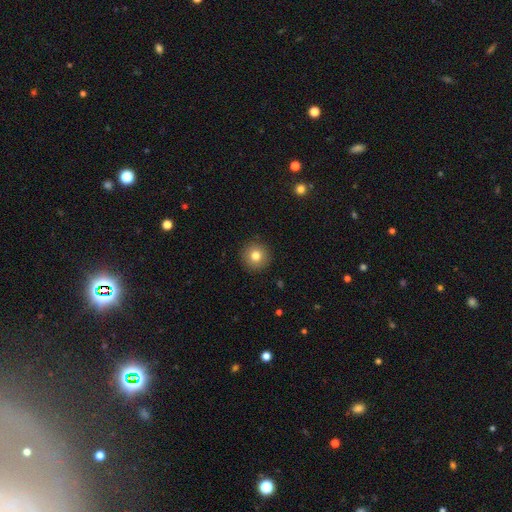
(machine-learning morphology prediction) The model was most divided on "smooth or featured": smooth: 80%, star or artifact: 10%, featured or disk: 10%. More confident: how rounded — round (95%); merging — none (92%).